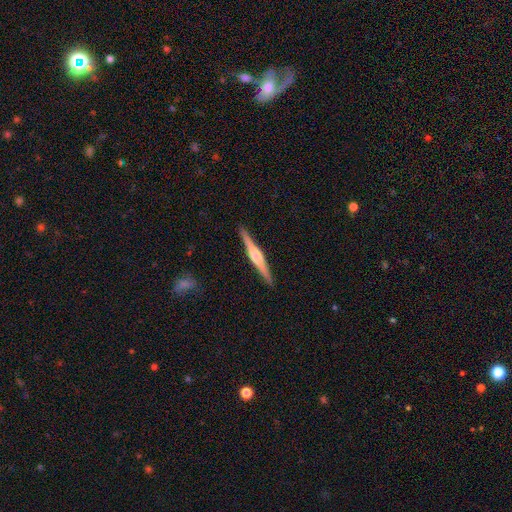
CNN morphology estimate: This appears to be a featured or disk galaxy (76%) viewed edge-on (98%) with a rounded central bulge (81%). Merging: none (91%).